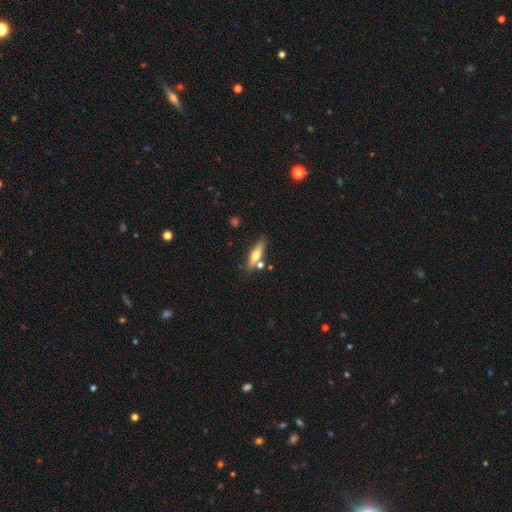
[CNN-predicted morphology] Smooth or featured? Predicted: smooth (p=0.51). How rounded? Predicted: cigar-shaped (p=0.68). Merging? Predicted: none (p=0.72).